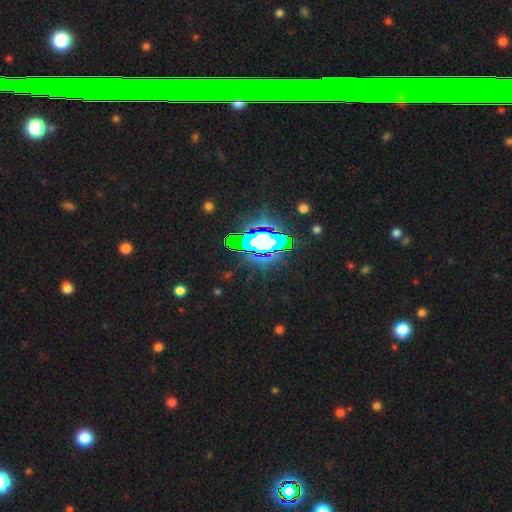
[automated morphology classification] Smooth or featured? star or artifact (75%)